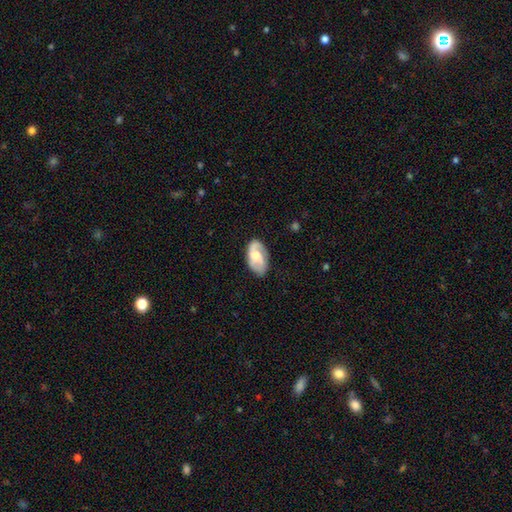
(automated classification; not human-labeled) The model was most divided on "bar": no: 53%, weak: 38%, strong: 8%. Remaining: edge-on disk — no (96%); spiral arms — yes (87%); merging — none (70%); spiral arm count — 2 (66%); smooth or featured — featured or disk (62%); bulge size — moderate (52%); spiral winding — medium (45%).